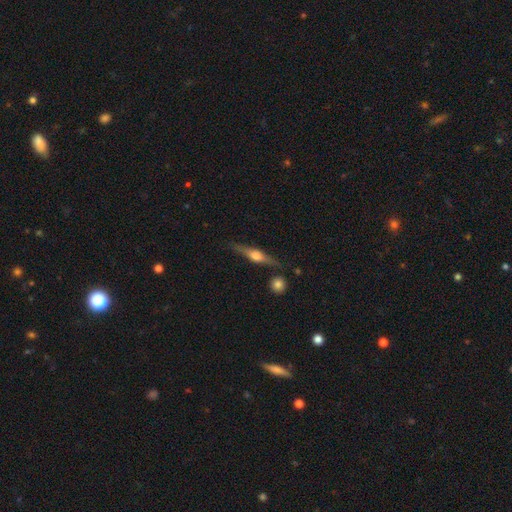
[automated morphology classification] A featured or disk galaxy (71%) viewed edge-on (96%) with a rounded central bulge (87%).

Vote fractions:
- Smooth or featured? featured or disk: 71% / smooth: 23% / star or artifact: 6%
- Edge-on disk? yes: 96% / no: 4%
- Edge-on bulge? rounded: 87% / boxy: 10% / none: 3%
- Merging? none: 83% / minor disturbance: 11% / merger: 4% / major disturbance: 3%